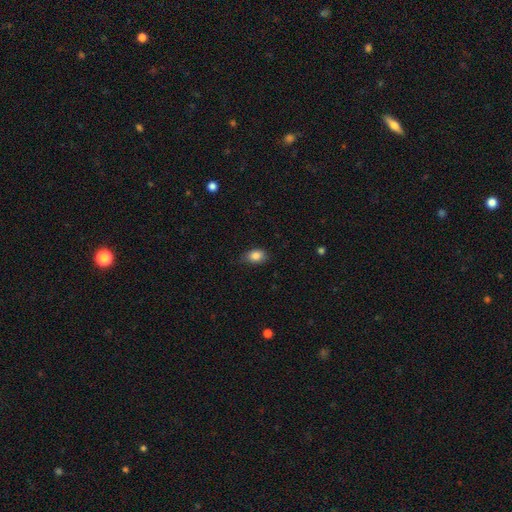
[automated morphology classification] Smooth or featured: smooth — 86% (star or artifact — 9%)
How rounded: in between — 78% (round — 20%)
Merging: none — 73% (minor disturbance — 22%)